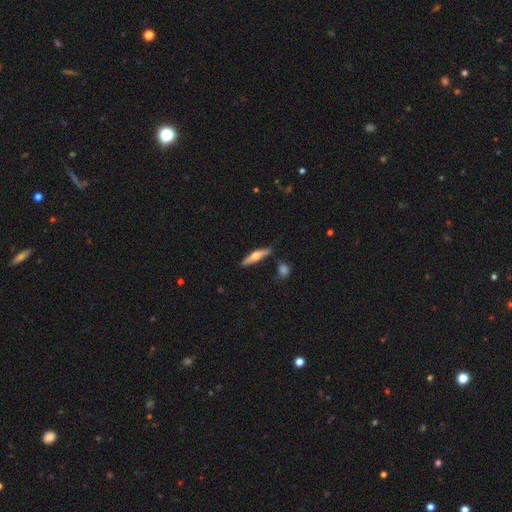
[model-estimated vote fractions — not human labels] A featured or disk galaxy (56%) viewed edge-on (95%) with a rounded central bulge (93%). Merging: none (81%).